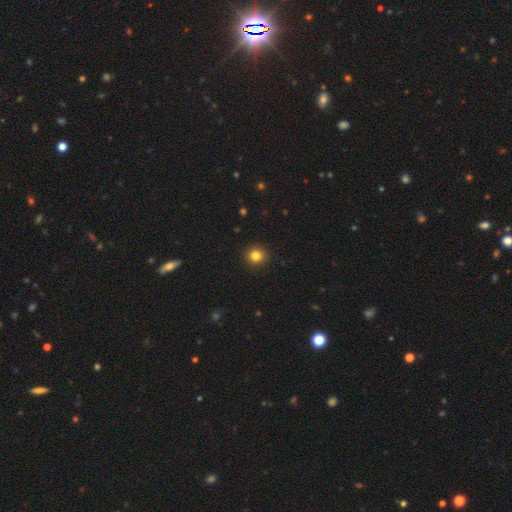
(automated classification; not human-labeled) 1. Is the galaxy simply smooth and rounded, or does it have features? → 83% smooth, 12% star or artifact, 5% featured or disk.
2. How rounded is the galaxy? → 89% round, 10% in between, 1% cigar-shaped.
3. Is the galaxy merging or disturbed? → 92% none, 5% minor disturbance, 2% major disturbance, 1% merger.